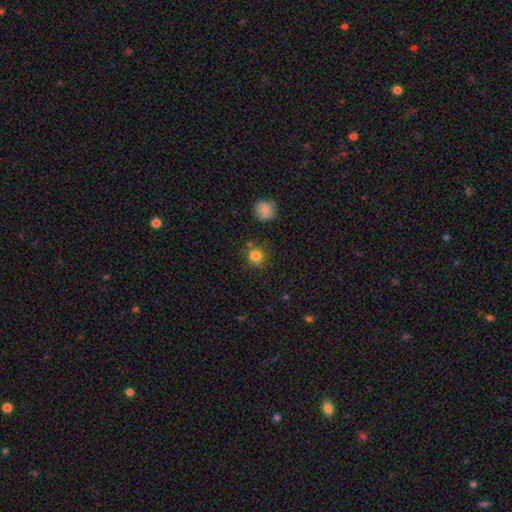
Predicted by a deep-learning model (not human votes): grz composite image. It shows a smooth galaxy with no disk features (82%) that is round (87%). Merging: none (77%).